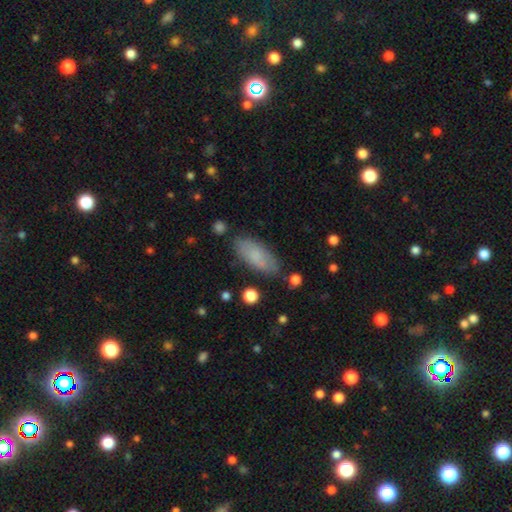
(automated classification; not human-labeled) Smooth or featured? smooth (81%)
How rounded? in between (79%)
Merging? none (79%)